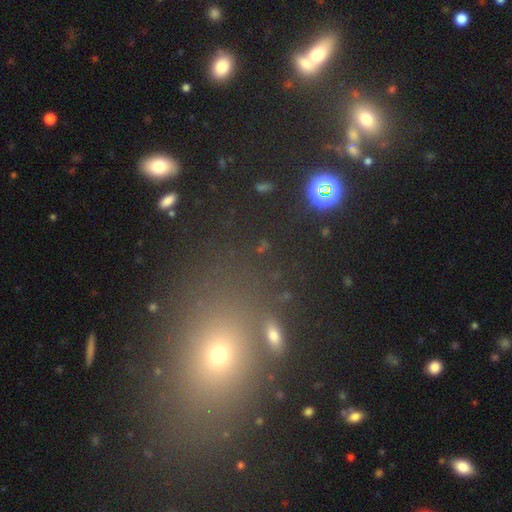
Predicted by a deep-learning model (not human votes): smooth 55%, star or artifact 33%, featured or disk 12%. Down the decision tree: how rounded — in between (56%); merging — none (80%).